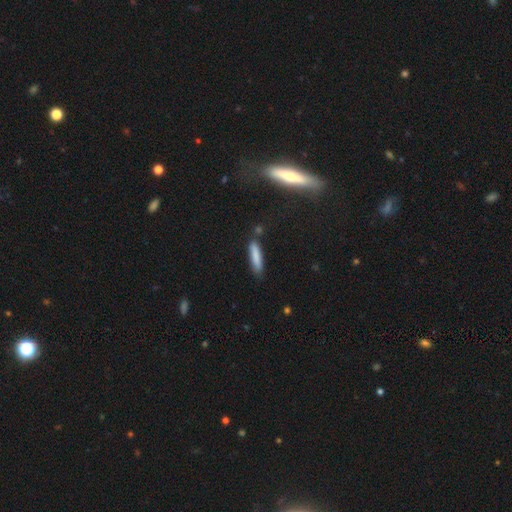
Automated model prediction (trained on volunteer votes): Smooth or featured? Predicted: smooth (p=0.83). How rounded? Predicted: cigar-shaped (p=0.83). Merging? Predicted: none (p=0.78).